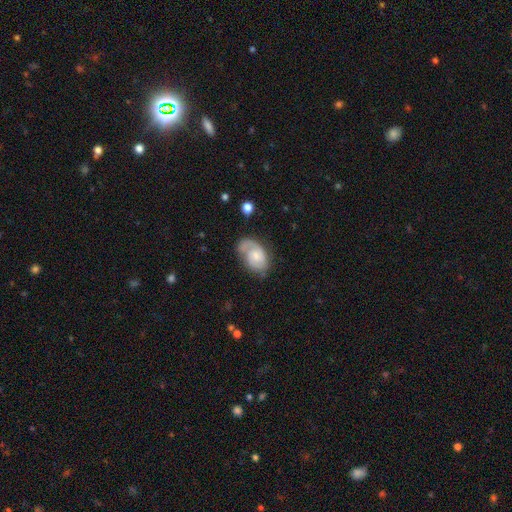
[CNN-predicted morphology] Smooth or featured: featured or disk — 66% (smooth — 28%)
Edge-on disk: no — 97% (yes — 3%)
Bar: no — 66% (weak — 30%)
Spiral arms: yes — 90% (no — 10%)
Spiral winding: tight — 44% (medium — 39%)
Spiral arm count: 1 — 43% (2 — 40%)
Bulge size: small — 46% (moderate — 32%)
Merging: none — 54% (minor disturbance — 25%)